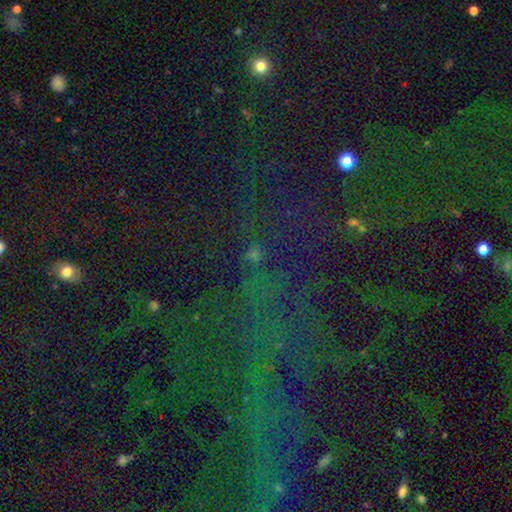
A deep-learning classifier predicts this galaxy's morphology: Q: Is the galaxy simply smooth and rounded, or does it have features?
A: star or artifact — 75%.